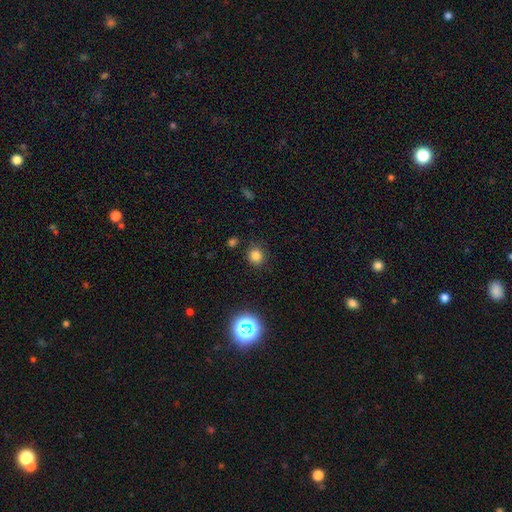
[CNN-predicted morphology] Smooth or featured?
  - smooth: 78% *
  - star or artifact: 16%
  - featured or disk: 6%
How rounded?
  - round: 86% *
  - in between: 13%
  - cigar-shaped: 1%
Merging?
  - none: 85% *
  - minor disturbance: 9%
  - major disturbance: 3%
  - merger: 2%